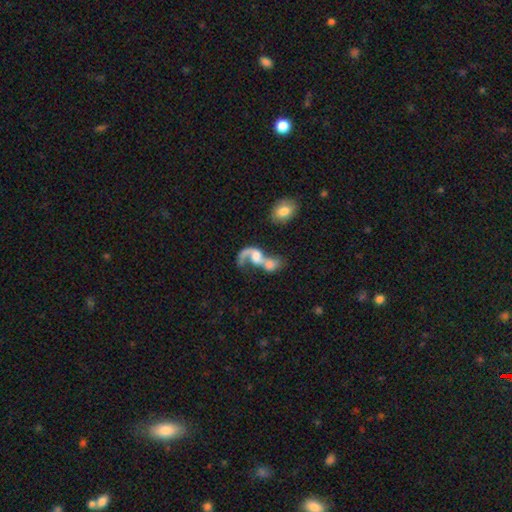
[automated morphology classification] Smooth or featured: featured or disk — 68% (smooth — 24%)
Edge-on disk: no — 96% (yes — 4%)
Bar: no — 63% (weak — 28%)
Spiral arms: yes — 82% (no — 18%)
Spiral winding: loose — 77% (medium — 18%)
Spiral arm count: 1 — 59% (2 — 34%)
Bulge size: moderate — 37% (large — 25%)
Merging: merger — 70% (major disturbance — 14%)